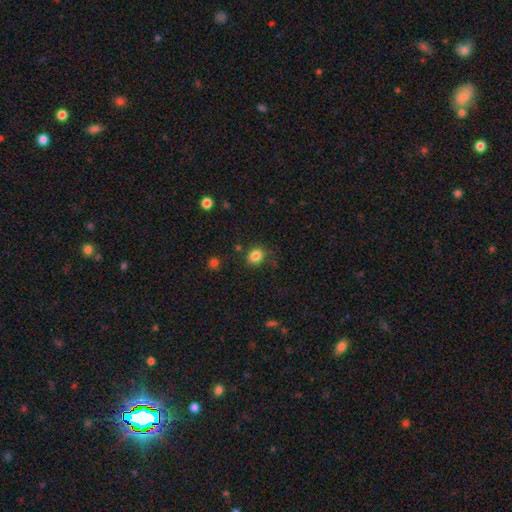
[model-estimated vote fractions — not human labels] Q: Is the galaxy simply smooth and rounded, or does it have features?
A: smooth — 84%.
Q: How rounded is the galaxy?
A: round — 55%.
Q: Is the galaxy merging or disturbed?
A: none — 78%.